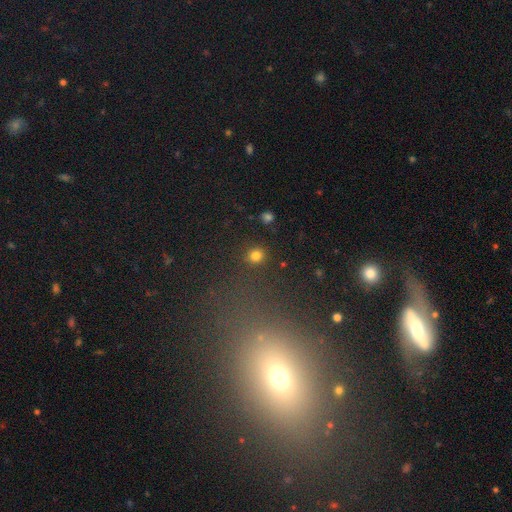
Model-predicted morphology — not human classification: Smooth or featured: smooth — 81% (star or artifact — 15%)
How rounded: round — 92% (in between — 7%)
Merging: none — 90% (minor disturbance — 6%)